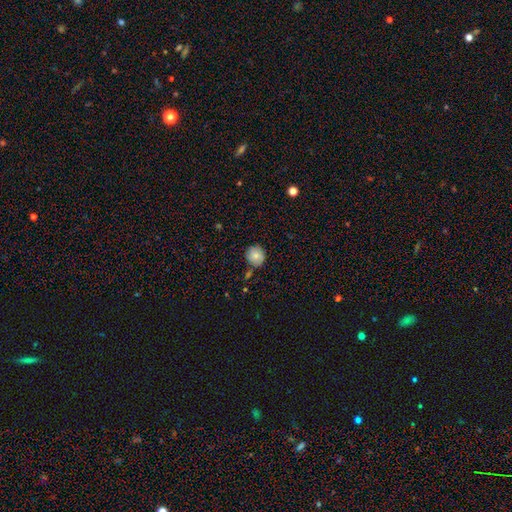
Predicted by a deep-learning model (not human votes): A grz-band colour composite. It shows a smooth galaxy with no disk features (81%) that is round (88%). Merging: none (75%).